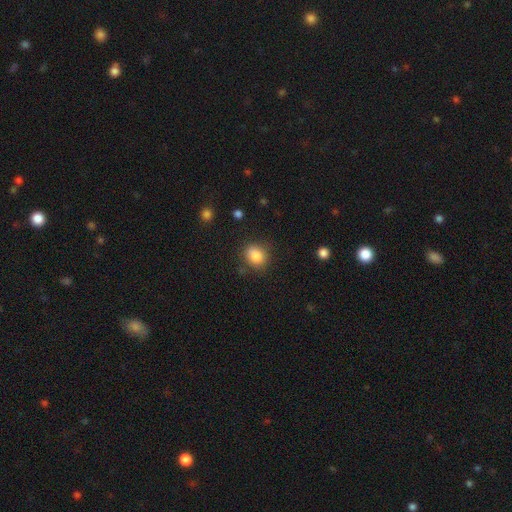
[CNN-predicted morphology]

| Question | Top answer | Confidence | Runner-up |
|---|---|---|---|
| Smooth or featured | smooth | 86% | star or artifact (9%) |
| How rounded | round | 61% | in between (38%) |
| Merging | none | 82% | minor disturbance (12%) |